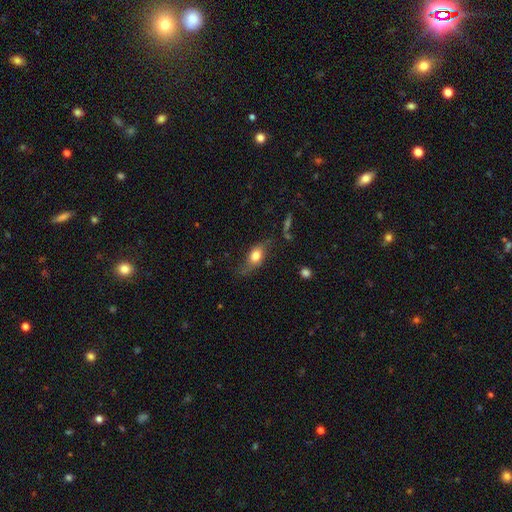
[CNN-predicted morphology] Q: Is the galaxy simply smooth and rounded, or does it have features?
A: smooth — 61%.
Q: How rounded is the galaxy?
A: in between — 76%.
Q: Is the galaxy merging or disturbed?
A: none — 54%.